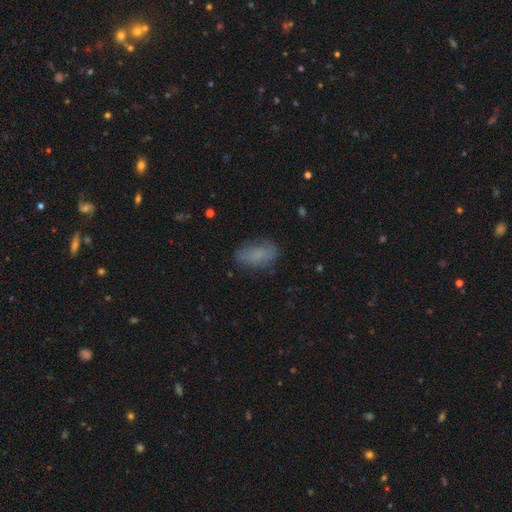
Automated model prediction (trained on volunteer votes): Morphology: type=smooth (77%); roundness=in between (90%); merging=none (74%).